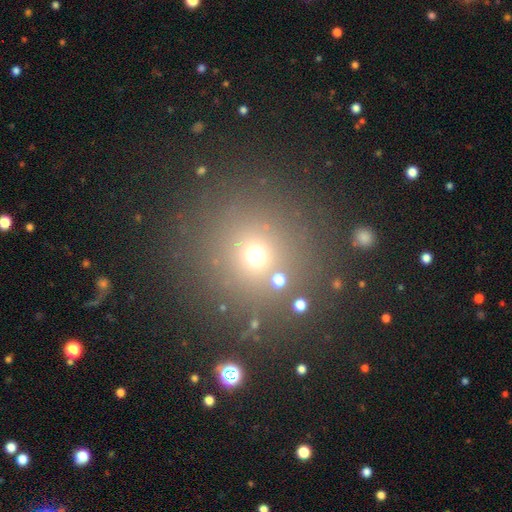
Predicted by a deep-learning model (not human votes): Smooth or featured: smooth — 64% (star or artifact — 27%)
How rounded: round — 88% (in between — 11%)
Merging: none — 81% (minor disturbance — 9%)